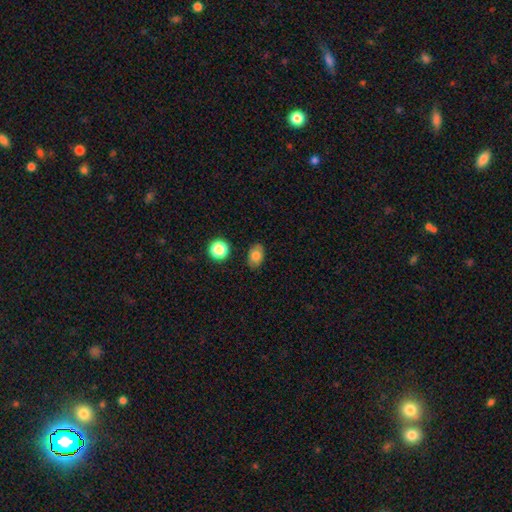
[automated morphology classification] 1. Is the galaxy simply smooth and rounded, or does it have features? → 78% smooth, 12% featured or disk, 10% star or artifact.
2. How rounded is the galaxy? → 80% in between, 19% round, 1% cigar-shaped.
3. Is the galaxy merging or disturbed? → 83% none, 12% minor disturbance, 3% major disturbance, 2% merger.